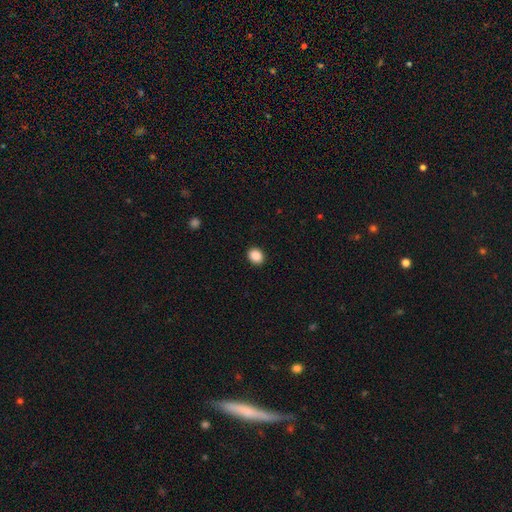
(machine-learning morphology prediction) This appears to be a smooth galaxy with no disk features (89%) that is round (55%). Merging: none (92%).